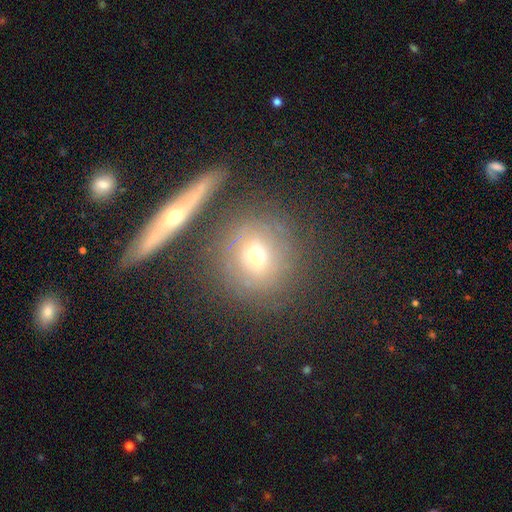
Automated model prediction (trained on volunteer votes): Smooth or featured? Predicted: smooth (p=0.56). How rounded? Predicted: round (p=0.84). Merging? Predicted: none (p=0.72).